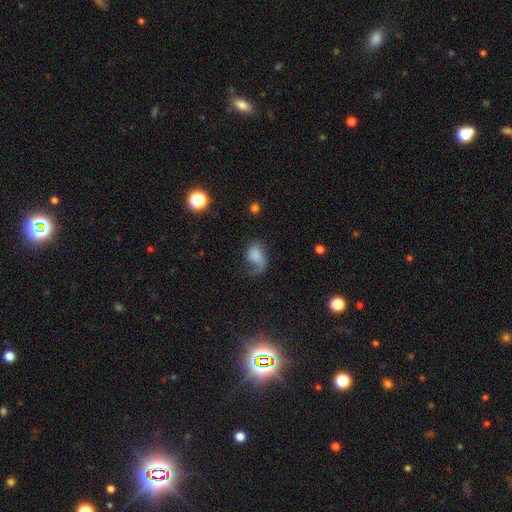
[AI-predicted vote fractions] smooth_or_featured: smooth (p=0.50) [alt: featured or disk p=0.39]
how_rounded: in between (p=0.76) [alt: round p=0.22]
merging: major disturbance (p=0.42) [alt: none p=0.31]